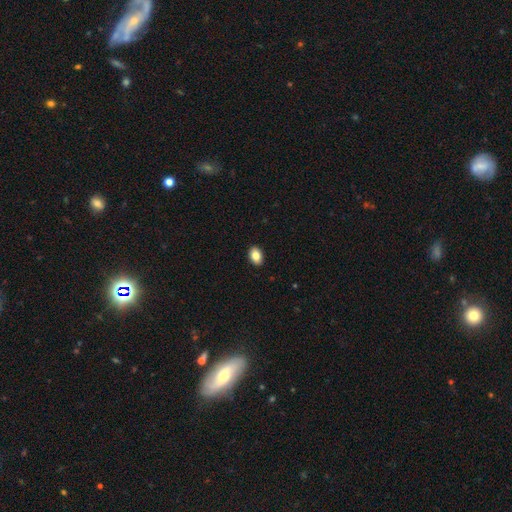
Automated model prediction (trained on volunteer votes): A smooth galaxy with no disk features (84%) that is in between round and cigar-shaped (82%).

Vote fractions:
- Smooth or featured? smooth: 84% / star or artifact: 8% / featured or disk: 7%
- How rounded? in between: 82% / round: 16% / cigar-shaped: 1%
- Merging? none: 91% / minor disturbance: 7% / major disturbance: 2% / merger: 1%